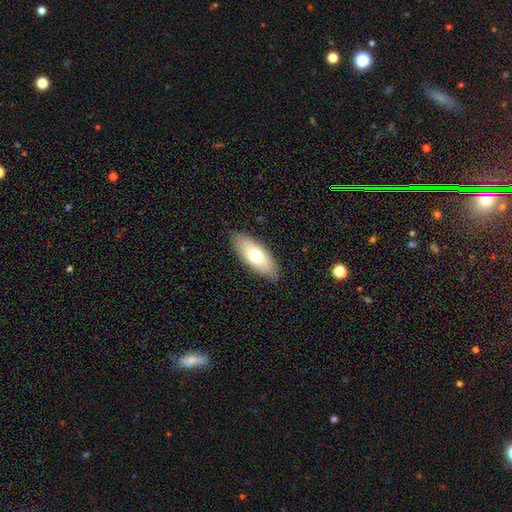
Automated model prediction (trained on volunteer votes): This appears to be a smooth galaxy with no disk features (68%) that is in between round and cigar-shaped (77%). Merging: none (86%).